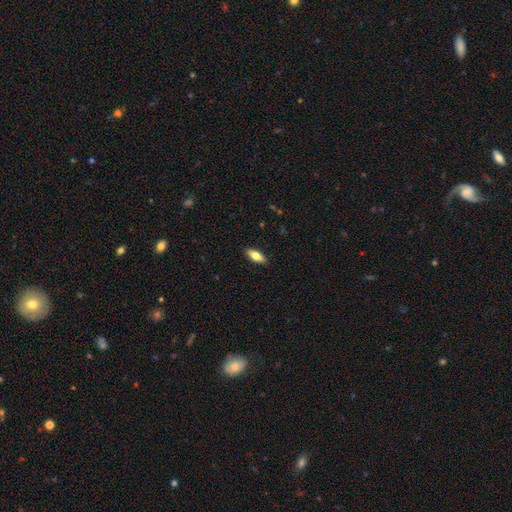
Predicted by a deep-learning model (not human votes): Q: Smooth or featured?
A: smooth (72%); runner-up: featured or disk (22%)
Q: How rounded?
A: in between (71%); runner-up: cigar-shaped (26%)
Q: Merging?
A: none (89%); runner-up: minor disturbance (8%)